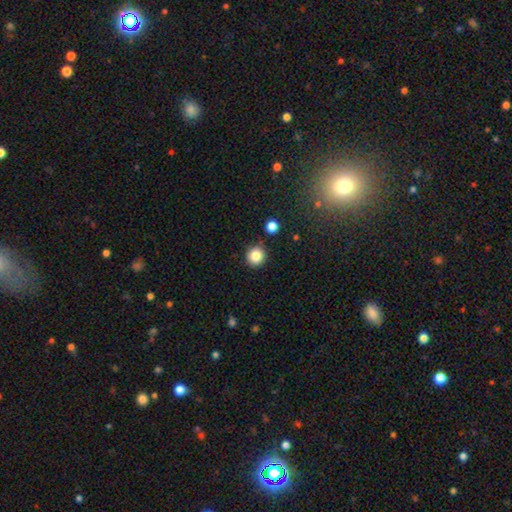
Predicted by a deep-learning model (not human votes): smooth_or_featured: smooth (p=0.84) [alt: star or artifact p=0.11]
how_rounded: round (p=0.93) [alt: in between p=0.06]
merging: none (p=0.87) [alt: minor disturbance p=0.07]